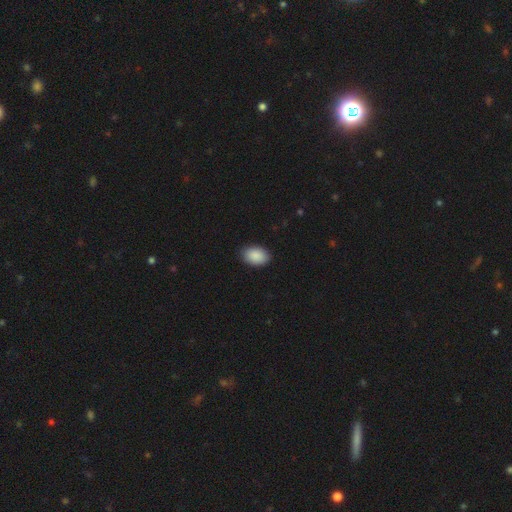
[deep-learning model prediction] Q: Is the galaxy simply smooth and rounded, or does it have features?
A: smooth — 91%.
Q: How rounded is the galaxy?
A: in between — 87%.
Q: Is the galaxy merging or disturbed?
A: none — 88%.